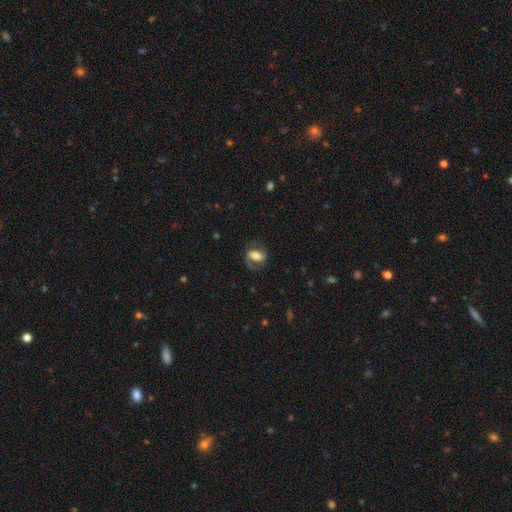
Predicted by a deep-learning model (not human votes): This is possibly a featured or disk galaxy (53%). It is clearly not viewed edge-on (94%). Merging: likely none (67%).